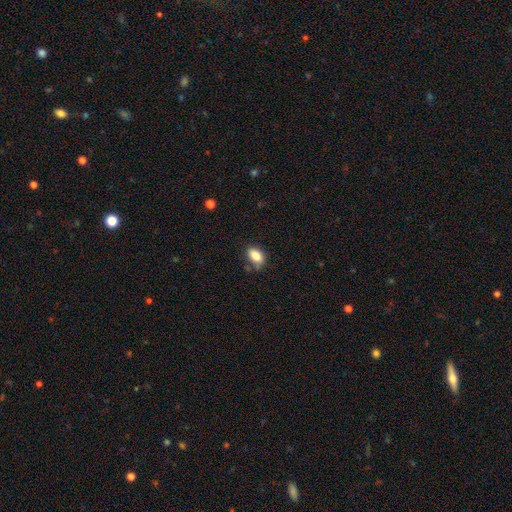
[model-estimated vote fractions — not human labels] Smooth or featured?
  - smooth: 84% *
  - star or artifact: 8%
  - featured or disk: 8%
How rounded?
  - in between: 86% *
  - round: 12%
  - cigar-shaped: 2%
Merging?
  - none: 70% *
  - minor disturbance: 21%
  - major disturbance: 5%
  - merger: 5%